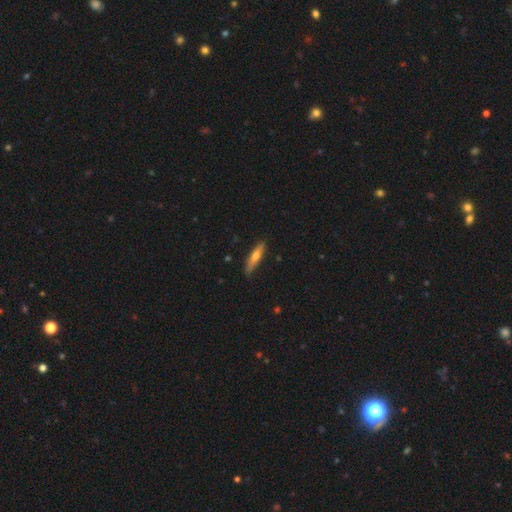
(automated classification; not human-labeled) Overall: smooth (60%; featured or disk 34%). How rounded: cigar-shaped (80%). Merging: none (81%).